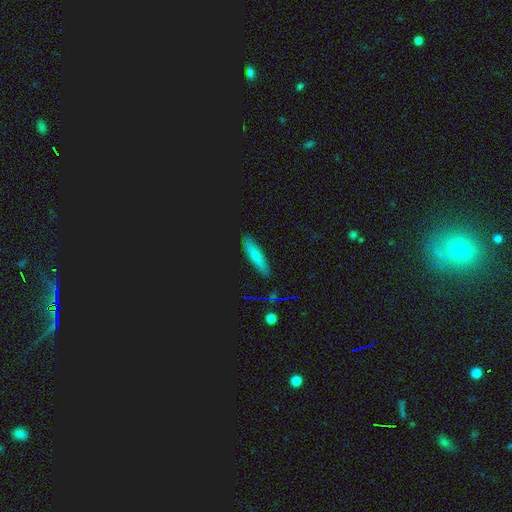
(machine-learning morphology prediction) Overall: smooth (63%). How rounded: cigar-shaped (59%; in between 36%). Merging: none (86%).